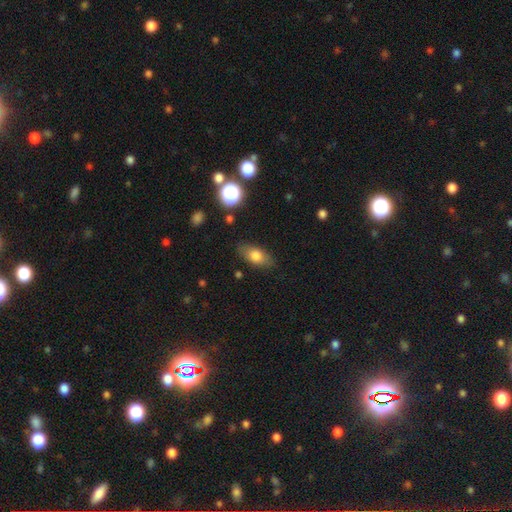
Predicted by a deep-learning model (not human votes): Morphology: type=smooth (75%); roundness=in between (84%); merging=none (82%).